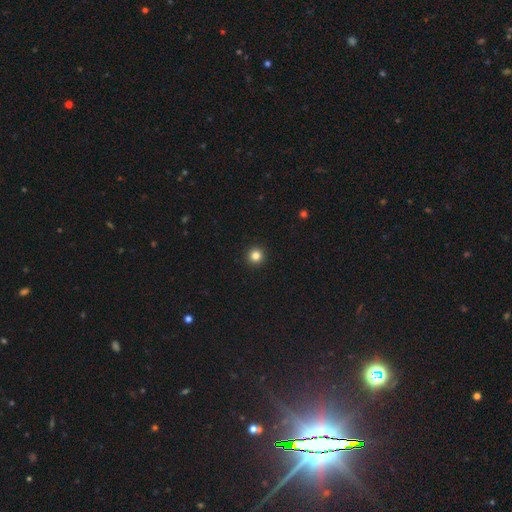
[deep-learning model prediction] Smooth or featured? smooth (83%)
How rounded? round (96%)
Merging? none (94%)